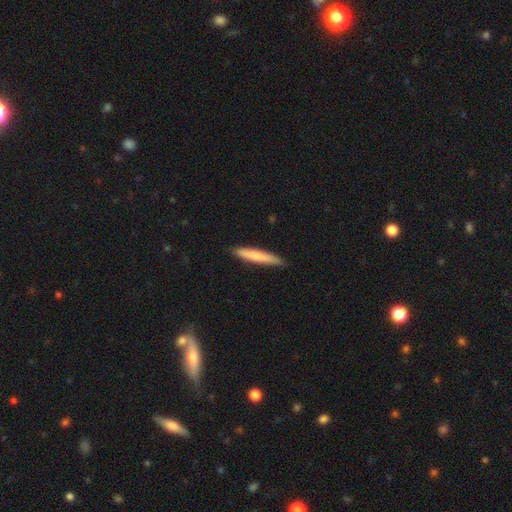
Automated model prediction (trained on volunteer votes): This is likely a smooth galaxy (72%). How rounded: clearly cigar-shaped (94%). Merging: clearly none (89%).